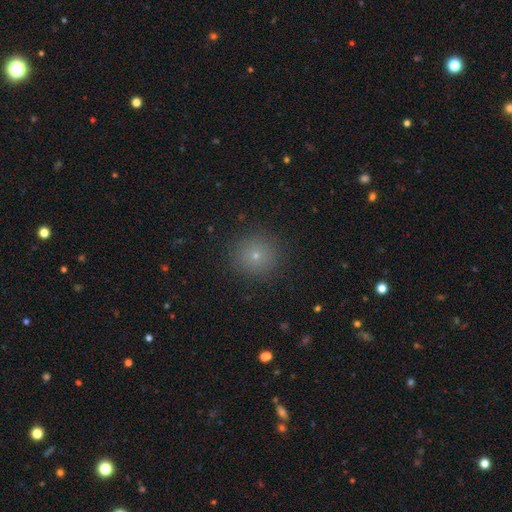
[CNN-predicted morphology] This appears to be a smooth galaxy with no disk features (72%) that is round (93%). Merging: none (90%).